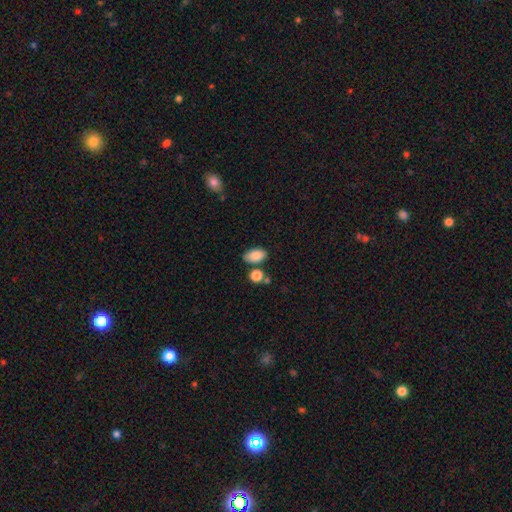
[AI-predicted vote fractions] smooth-or-featured: smooth: 86% | star or artifact: 8% | featured or disk: 6%
  how-rounded: in between: 91% | round: 8% | cigar-shaped: 2%
  merging: none: 72% | minor disturbance: 14% | merger: 10% | major disturbance: 4%